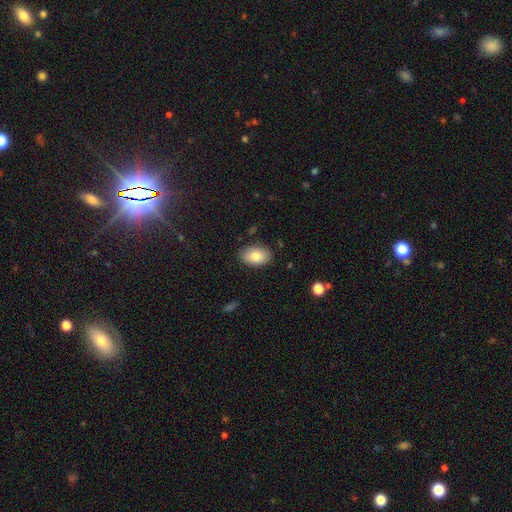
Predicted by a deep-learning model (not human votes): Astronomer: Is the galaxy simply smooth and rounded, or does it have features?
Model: smooth — 81%.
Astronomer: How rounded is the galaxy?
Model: in between — 90%.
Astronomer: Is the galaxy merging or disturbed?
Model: none — 85%.